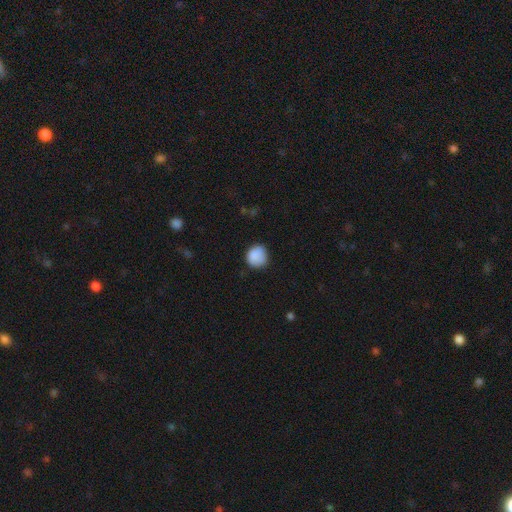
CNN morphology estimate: A smooth galaxy with no disk features (87%) that is round (85%).

Vote fractions:
- Smooth or featured? smooth: 87% / star or artifact: 8% / featured or disk: 5%
- How rounded? round: 85% / in between: 14% / cigar-shaped: 1%
- Merging? none: 73% / minor disturbance: 21% / major disturbance: 4% / merger: 2%